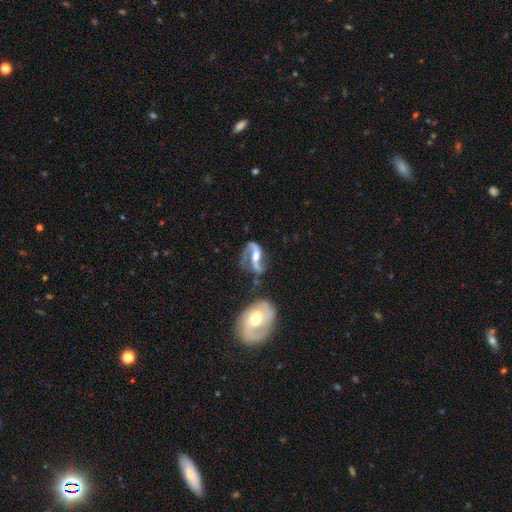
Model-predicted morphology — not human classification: Q: Smooth or featured?
A: featured or disk (84%); runner-up: smooth (10%)
Q: Edge-on disk?
A: no (96%); runner-up: yes (4%)
Q: Bar?
A: weak (39%); runner-up: strong (31%)
Q: Spiral arms?
A: yes (92%); runner-up: no (8%)
Q: Spiral winding?
A: loose (67%); runner-up: medium (26%)
Q: Spiral arm count?
A: 2 (84%); runner-up: 1 (9%)
Q: Bulge size?
A: moderate (49%); runner-up: small (25%)
Q: Merging?
A: none (38%); runner-up: major disturbance (25%)